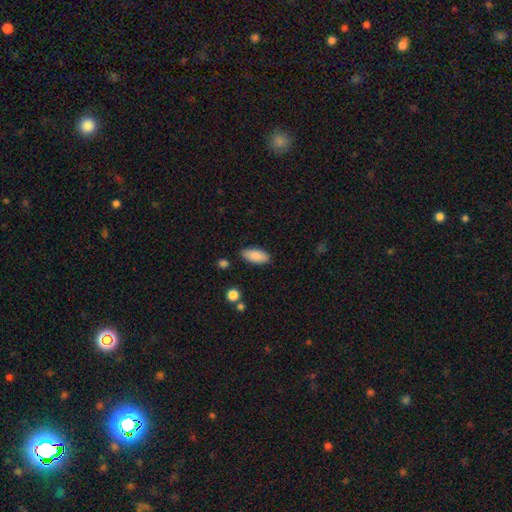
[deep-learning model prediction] Morphology: type=smooth (88%); roundness=in between (88%); merging=none (86%).